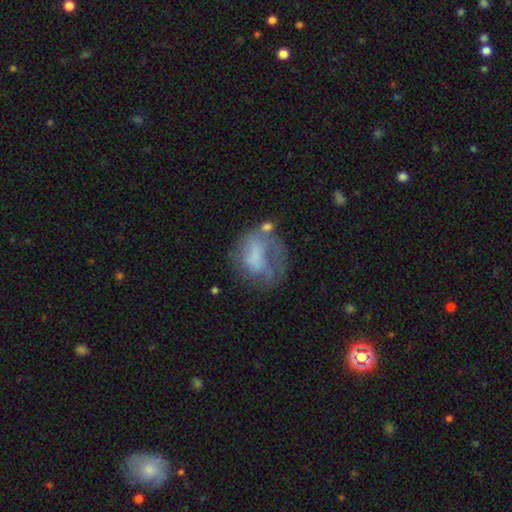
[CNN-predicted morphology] This appears to be a smooth galaxy with no disk features (48%). Merging: major disturbance (35%).